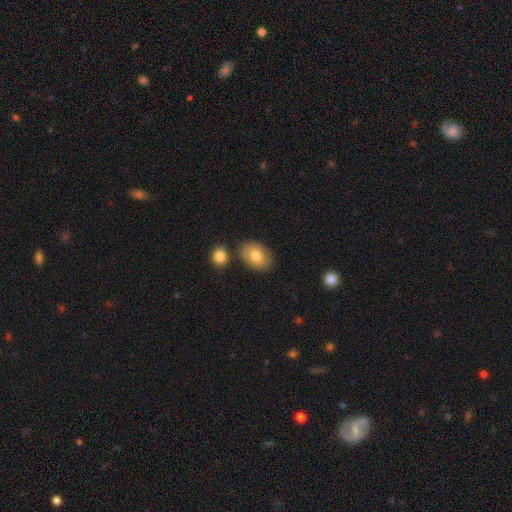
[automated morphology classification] smooth 78%, featured or disk 15%, star or artifact 7%. Down the decision tree: how rounded — in between (82%); merging — none (78%).